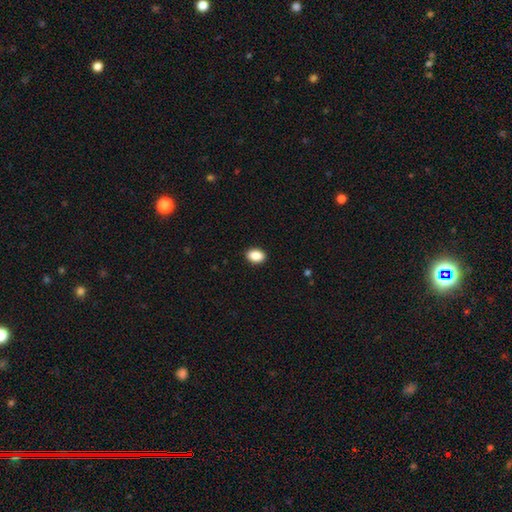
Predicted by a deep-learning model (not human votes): Smooth or featured? Predicted: smooth (p=0.89). How rounded? Predicted: in between (p=0.79). Merging? Predicted: none (p=0.91).